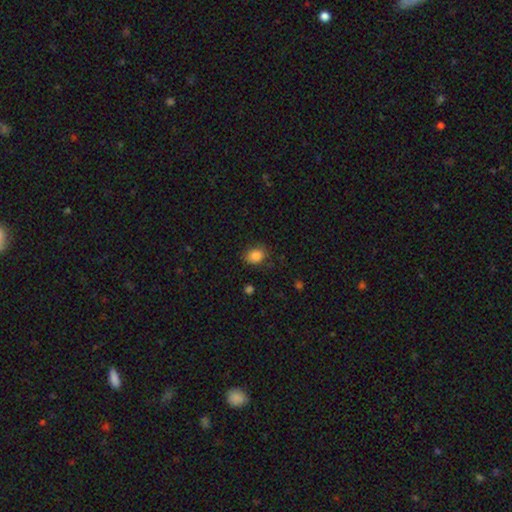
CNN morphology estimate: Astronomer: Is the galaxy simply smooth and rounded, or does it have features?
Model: smooth — 85%.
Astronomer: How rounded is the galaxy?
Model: in between — 53% (runner-up: round, 46%).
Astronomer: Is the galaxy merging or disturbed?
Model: none — 78%.